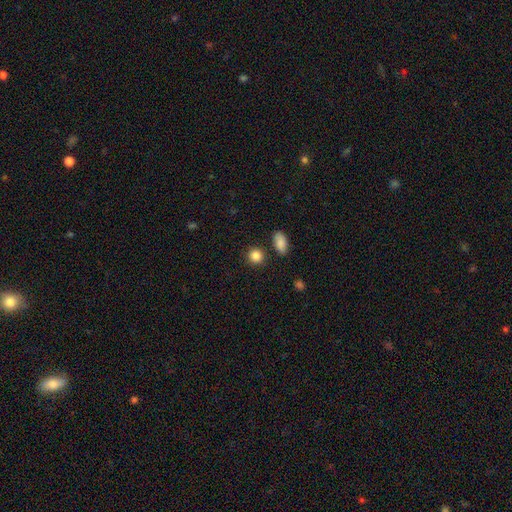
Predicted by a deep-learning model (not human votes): The model was most divided on "how rounded": round: 84%, in between: 14%, cigar-shaped: 1%. More confident: smooth or featured — smooth (87%); merging — none (84%).